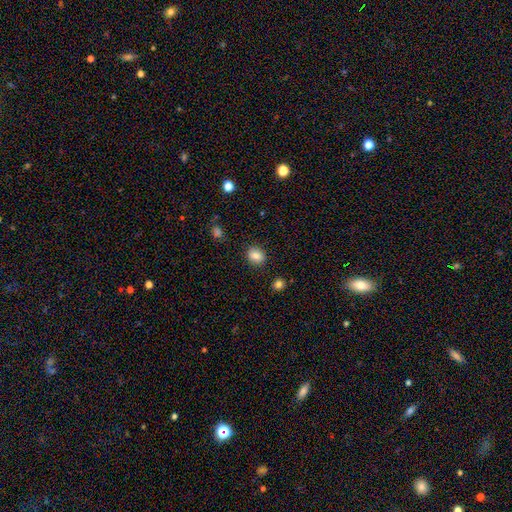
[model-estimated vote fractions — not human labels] Smooth or featured? smooth (85%)
How rounded? round (51%)
Merging? none (87%)